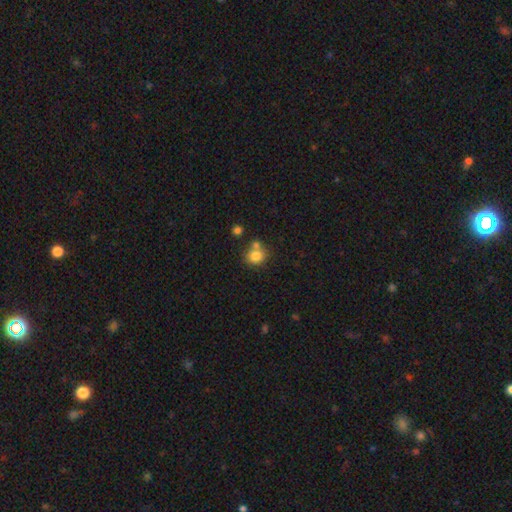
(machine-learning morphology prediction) This is clearly a smooth galaxy (80%). How rounded: likely round (78%). Merging: possibly none (57%).